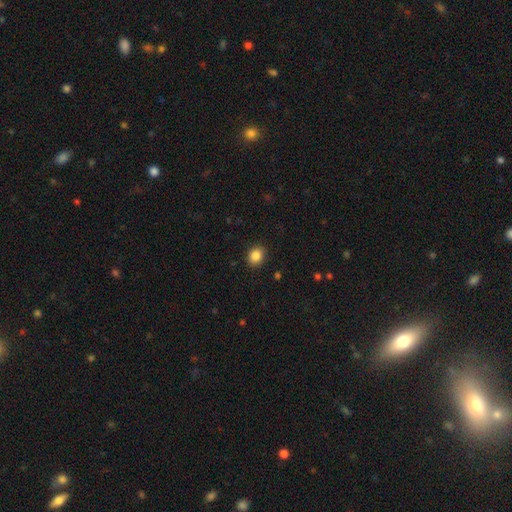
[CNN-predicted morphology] Smooth or featured: smooth — 87% (star or artifact — 9%)
How rounded: round — 60% (in between — 39%)
Merging: none — 90% (minor disturbance — 7%)